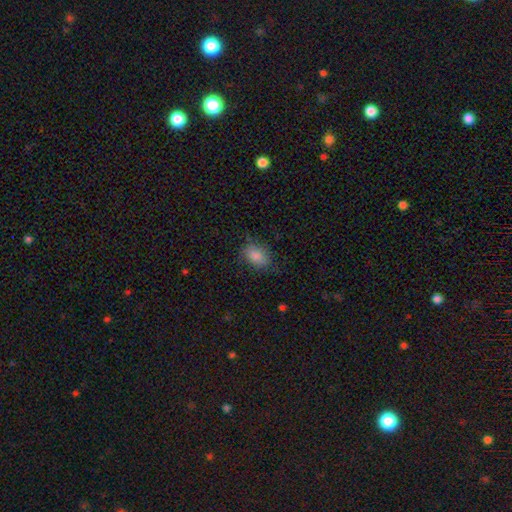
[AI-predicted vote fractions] Smooth or featured?
  - smooth: 82% *
  - star or artifact: 9%
  - featured or disk: 9%
How rounded?
  - in between: 80% *
  - round: 19%
  - cigar-shaped: 2%
Merging?
  - none: 74% *
  - minor disturbance: 19%
  - major disturbance: 5%
  - merger: 1%